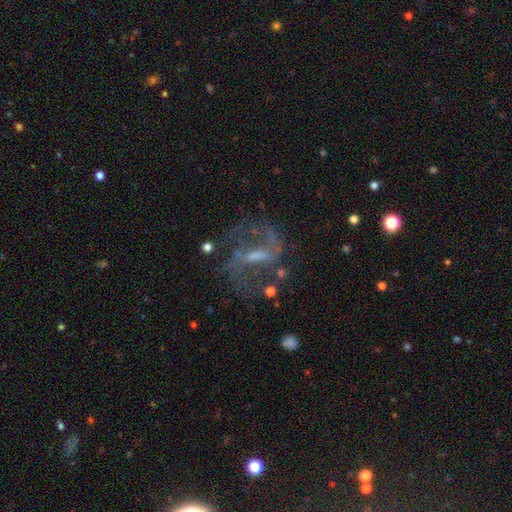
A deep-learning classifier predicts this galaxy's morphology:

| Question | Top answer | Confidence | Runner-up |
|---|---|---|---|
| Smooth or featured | featured or disk | 79% | star or artifact (13%) |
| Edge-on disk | no | 95% | yes (5%) |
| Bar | strong | 43% | tied: weak (43%) |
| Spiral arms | yes | 90% | no (10%) |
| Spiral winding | medium | 46% | loose (41%) |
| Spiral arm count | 2 | 84% | can't tell (7%) |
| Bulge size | small | 52% | moderate (26%) |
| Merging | none | 66% | minor disturbance (15%) |